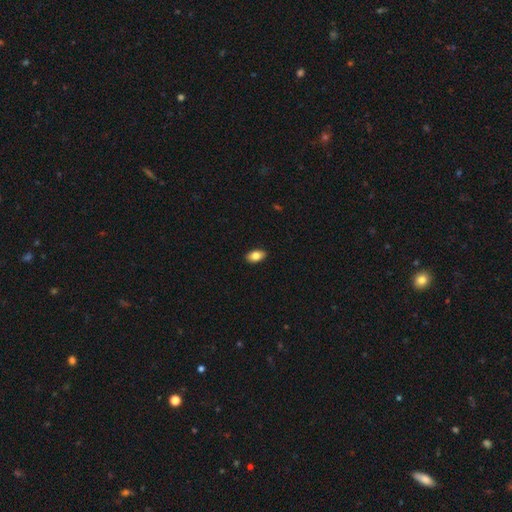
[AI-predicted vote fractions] This appears to be a smooth galaxy with no disk features (82%) that is in between round and cigar-shaped (91%). Merging: none (90%).